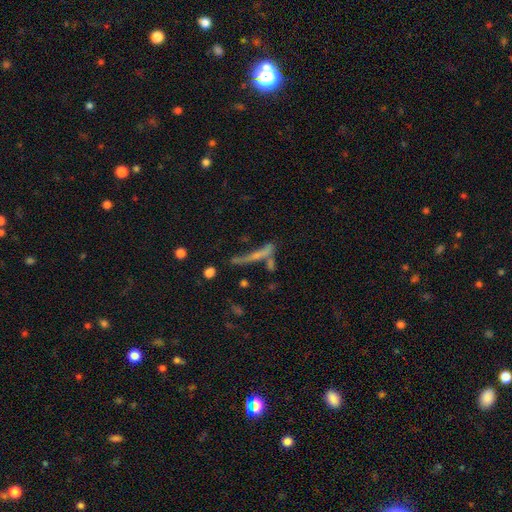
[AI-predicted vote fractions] Smooth or featured? Predicted: star or artifact (p=0.35).